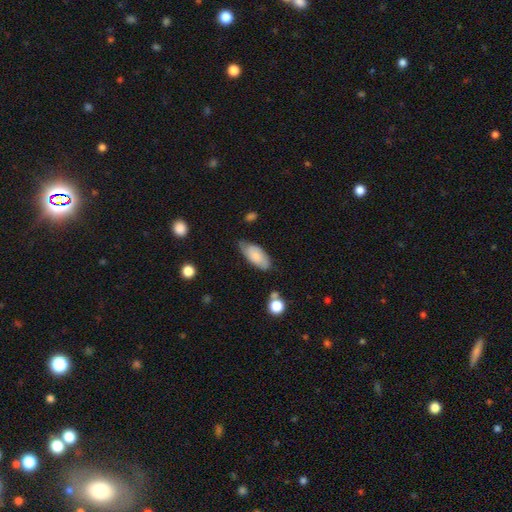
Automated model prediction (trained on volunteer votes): Overall: smooth (70%). How rounded: in between (88%). Merging: none (61%; minor disturbance 30%).